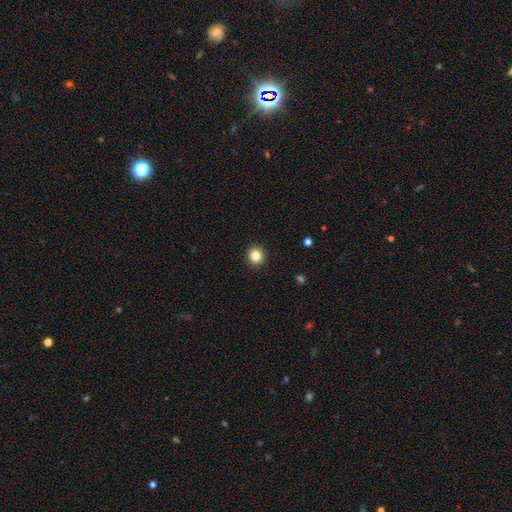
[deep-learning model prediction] This appears to be a smooth galaxy with no disk features (84%) that is round (92%). Merging: none (93%).